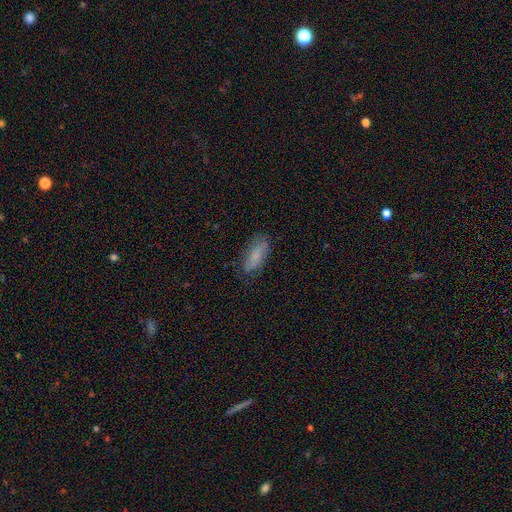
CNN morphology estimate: Overall: smooth (71%). How rounded: in between (77%). Merging: none (72%).